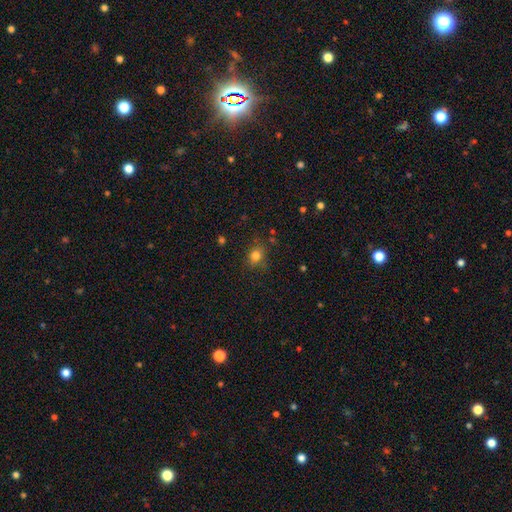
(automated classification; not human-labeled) Morphology: type=smooth (78%); roundness=round (62%); merging=none (76%).